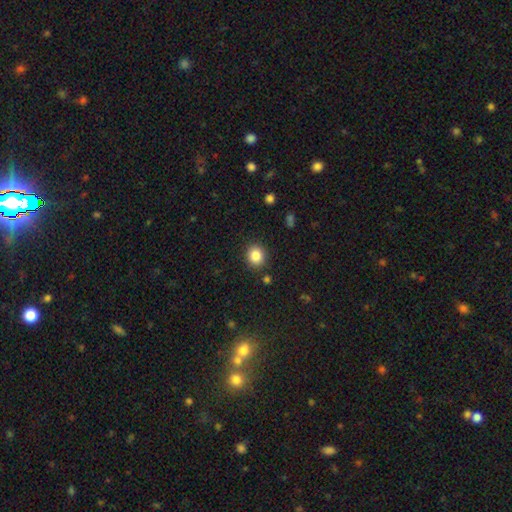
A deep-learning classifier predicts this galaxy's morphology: Smooth or featured? Predicted: smooth (p=0.85). How rounded? Predicted: round (p=0.78). Merging? Predicted: none (p=0.89).